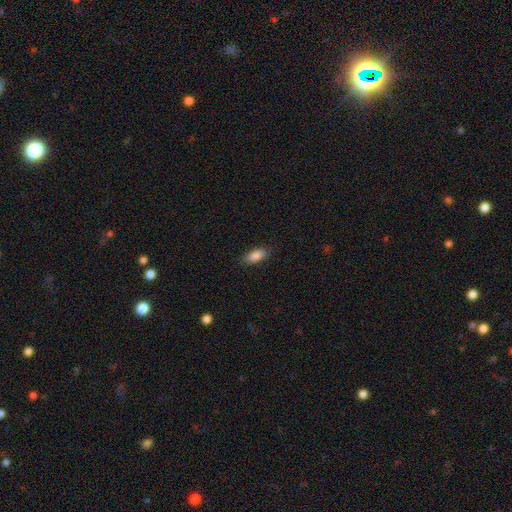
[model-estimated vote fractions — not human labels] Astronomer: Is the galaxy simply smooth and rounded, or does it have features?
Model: smooth — 87%.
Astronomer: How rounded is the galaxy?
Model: in between — 84%.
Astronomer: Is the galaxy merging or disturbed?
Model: none — 86%.